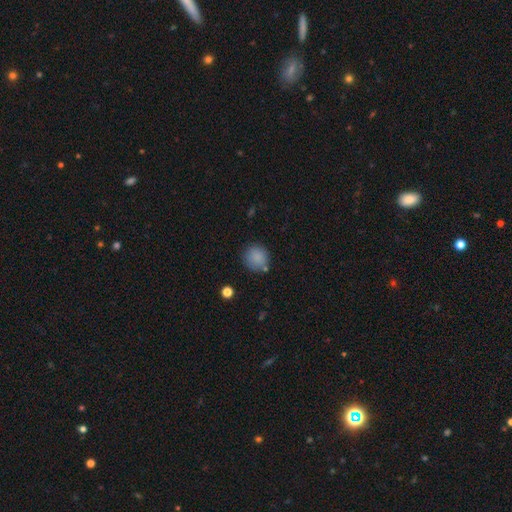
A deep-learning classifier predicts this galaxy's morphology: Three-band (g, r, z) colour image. It shows a smooth galaxy with no disk features (86%) that is round (89%). Merging: none (79%).